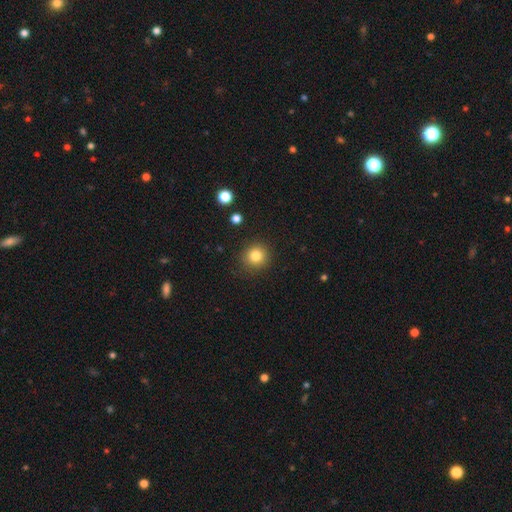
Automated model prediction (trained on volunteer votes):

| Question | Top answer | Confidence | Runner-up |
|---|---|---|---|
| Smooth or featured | smooth | 82% | star or artifact (11%) |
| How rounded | round | 90% | in between (9%) |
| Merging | none | 89% | minor disturbance (7%) |